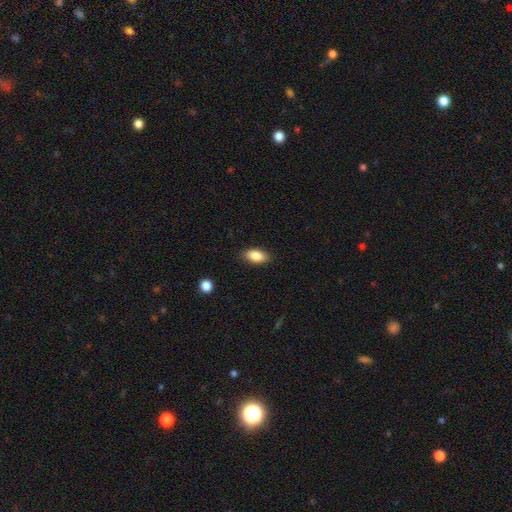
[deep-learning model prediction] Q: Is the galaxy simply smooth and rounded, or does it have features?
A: smooth — 86%.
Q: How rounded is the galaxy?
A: in between — 90%.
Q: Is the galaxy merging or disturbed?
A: none — 87%.